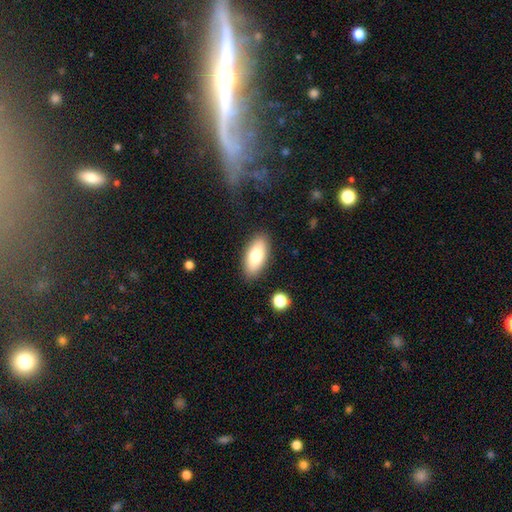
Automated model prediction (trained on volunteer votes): The model was most divided on "smooth or featured": smooth: 75%, featured or disk: 18%, star or artifact: 7%. More confident: how rounded — in between (88%); merging — none (87%).